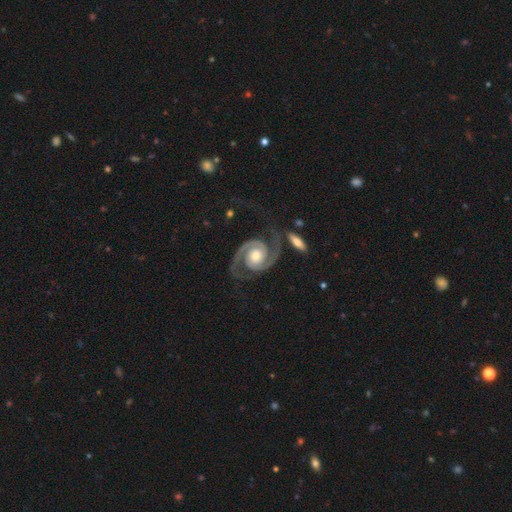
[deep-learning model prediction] Smooth or featured? featured or disk (94%)
Edge-on disk? no (98%)
Bar? no (69%)
Spiral arms? yes (99%)
Spiral winding? medium (48%)
Spiral arm count? 2 (94%)
Bulge size? moderate (66%)
Merging? none (73%)